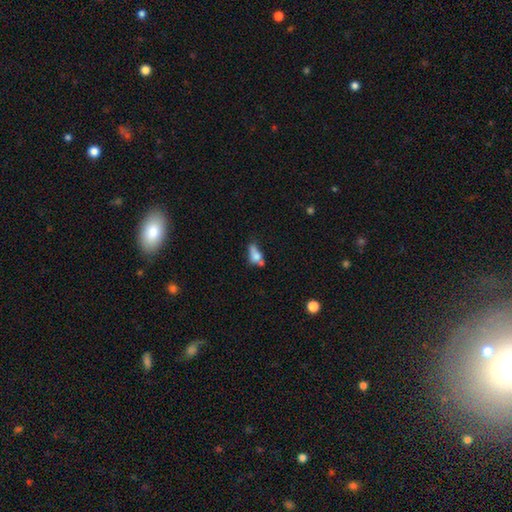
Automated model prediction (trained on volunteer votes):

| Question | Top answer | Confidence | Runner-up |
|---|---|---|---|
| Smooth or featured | smooth | 61% | featured or disk (27%) |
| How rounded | in between | 70% | round (17%) |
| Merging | merger | 31% | none (29%) |